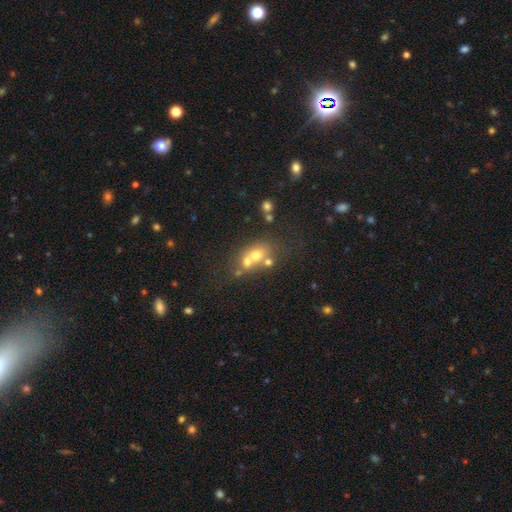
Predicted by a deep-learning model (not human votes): Smooth or featured?
  - smooth: 55% *
  - featured or disk: 28%
  - star or artifact: 18%
How rounded?
  - round: 53% *
  - in between: 45%
  - cigar-shaped: 2%
Merging?
  - merger: 50% *
  - none: 34%
  - minor disturbance: 9%
  - major disturbance: 6%